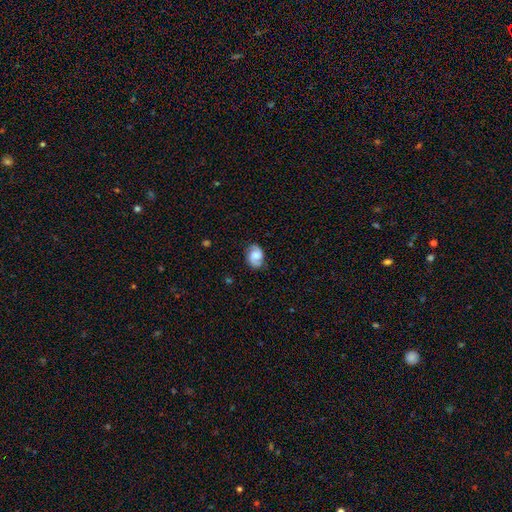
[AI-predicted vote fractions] The model was most divided on "bulge size": moderate: 35%, large: 23%, small: 20%, none: 18%, dominant: 3%. Remaining: edge-on disk — no (97%); spiral arms — yes (93%); spiral arm count — 2 (89%); merging — none (78%); smooth or featured — featured or disk (60%); bar — no (51%); spiral winding — medium (46%).